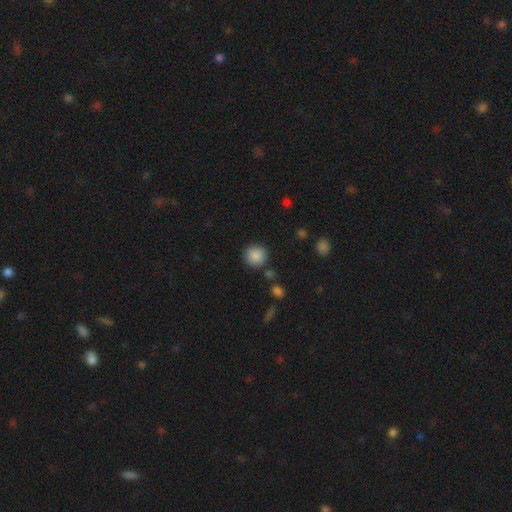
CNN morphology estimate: Smooth or featured?
  - smooth: 88% *
  - star or artifact: 8%
  - featured or disk: 4%
How rounded?
  - round: 91% *
  - in between: 8%
  - cigar-shaped: 1%
Merging?
  - none: 84% *
  - minor disturbance: 9%
  - merger: 3%
  - major disturbance: 3%